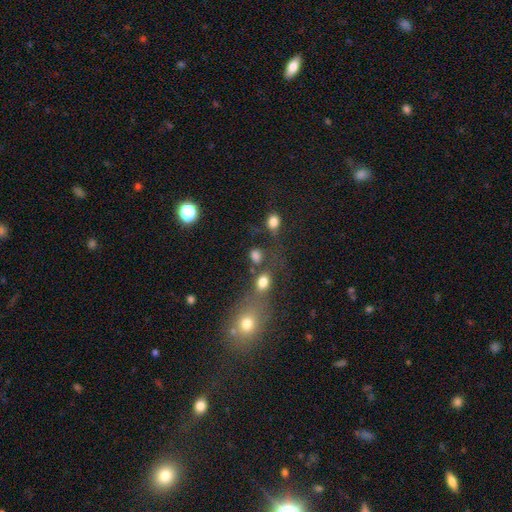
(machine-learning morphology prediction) A smooth galaxy with no disk features (78%) that is round (59%).

Vote fractions:
- Smooth or featured? smooth: 78% / star or artifact: 15% / featured or disk: 8%
- How rounded? round: 59% / in between: 39% / cigar-shaped: 2%
- Merging? none: 53% / merger: 22% / minor disturbance: 14% / major disturbance: 11%